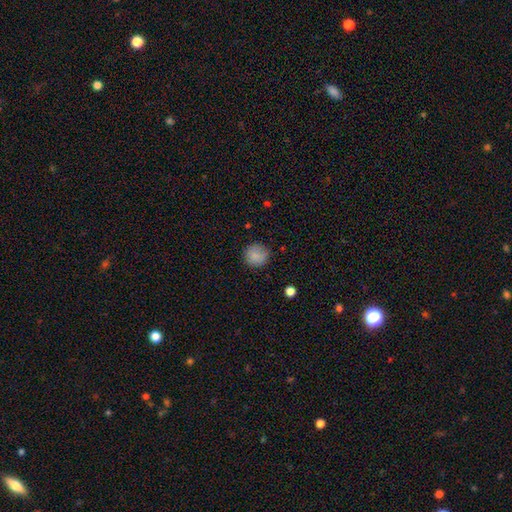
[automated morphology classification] type=smooth (86%); roundness=round (92%); merging=none (83%).